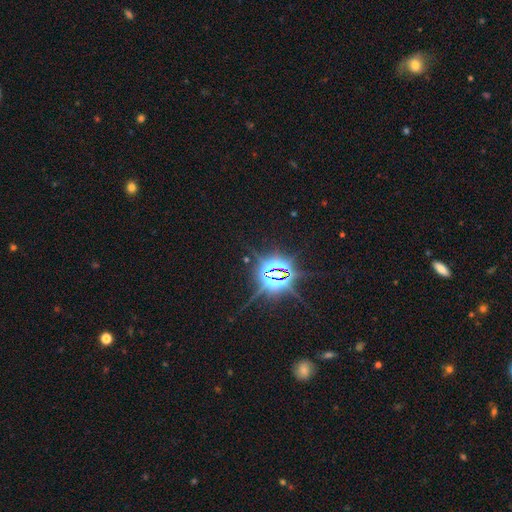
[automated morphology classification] Q: Smooth or featured?
A: star or artifact (82%); runner-up: smooth (12%)